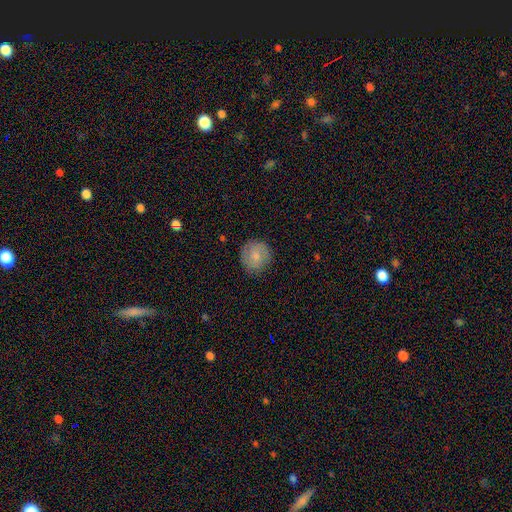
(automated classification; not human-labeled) This appears to be a smooth galaxy with no disk features (76%) that is round (89%). Merging: none (84%).